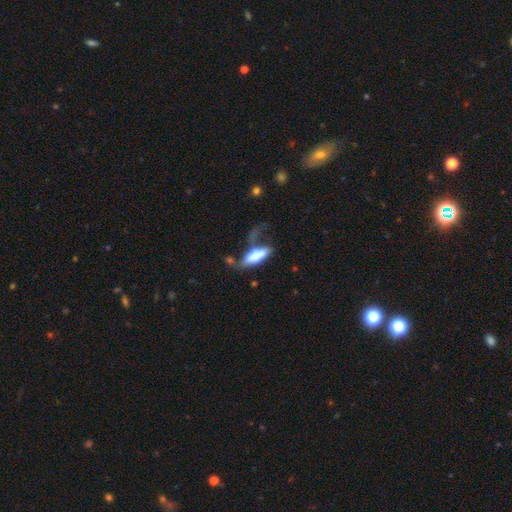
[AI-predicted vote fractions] This appears to be a smooth galaxy with no disk features (71%) that is in between round and cigar-shaped (65%). Merging: major disturbance (37%).